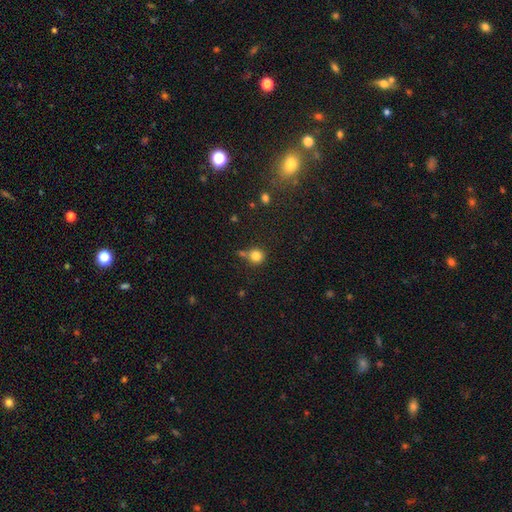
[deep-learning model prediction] smooth-or-featured: smooth: 82% | star or artifact: 12% | featured or disk: 6%
  how-rounded: round: 91% | in between: 8% | cigar-shaped: 1%
  merging: none: 68% | merger: 15% | minor disturbance: 13% | major disturbance: 4%